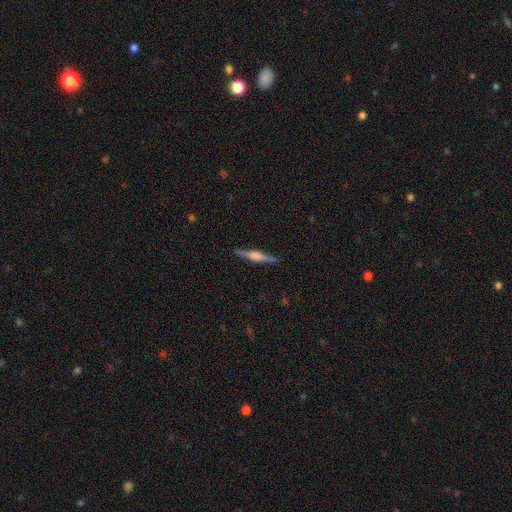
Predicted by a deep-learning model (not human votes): The model was most divided on "smooth or featured": featured or disk: 68%, smooth: 27%, star or artifact: 6%. More confident: edge-on disk — yes (98%); merging — none (90%); edge-on bulge — rounded (76%).